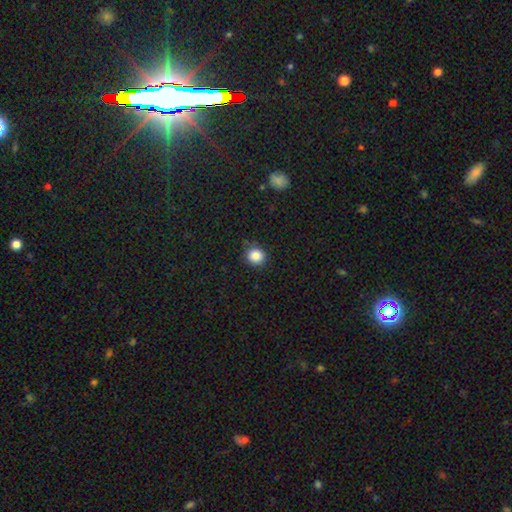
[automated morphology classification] smooth 85%, star or artifact 10%, featured or disk 4%. Down the decision tree: how rounded — round (87%); merging — none (88%).